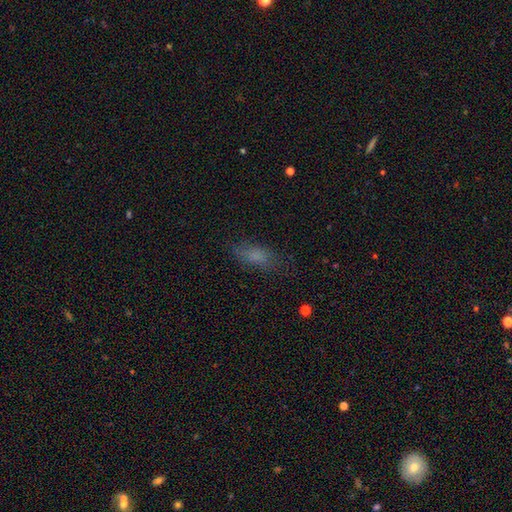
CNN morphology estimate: This is likely a smooth galaxy (74%). How rounded: likely in between (71%). Merging: likely none (73%).